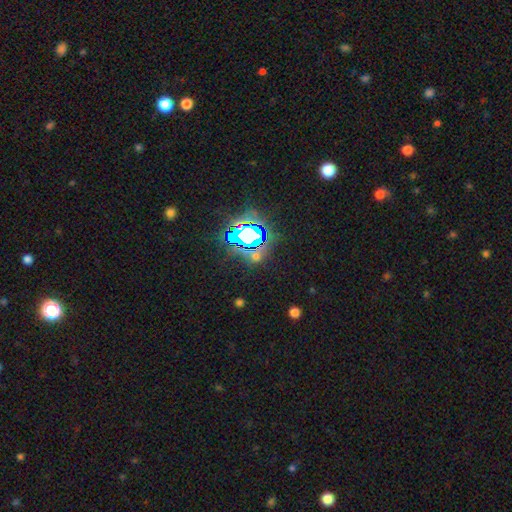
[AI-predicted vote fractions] Q: Smooth or featured?
A: star or artifact (72%); runner-up: smooth (18%)